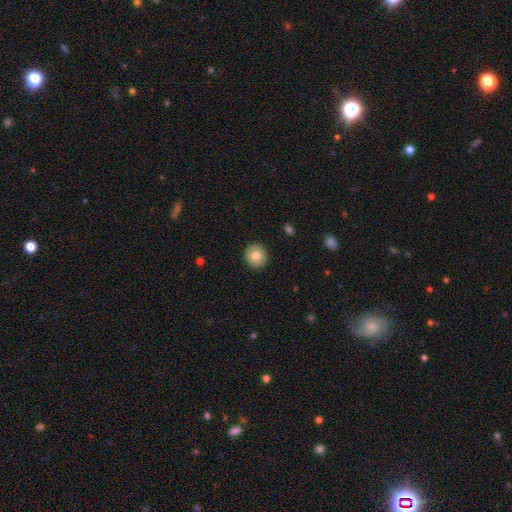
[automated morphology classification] smooth 76%, featured or disk 16%, star or artifact 8%. Down the decision tree: how rounded — round (90%); merging — none (92%).